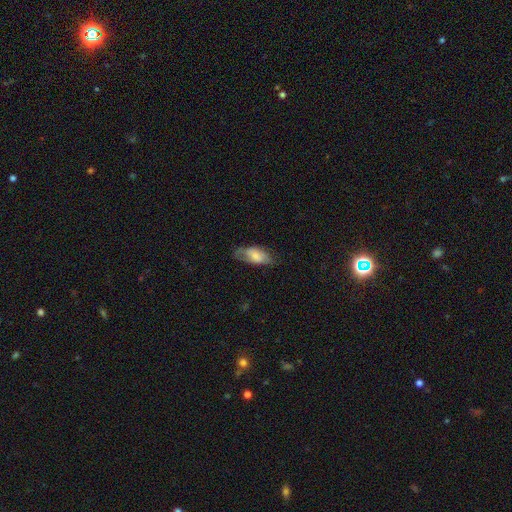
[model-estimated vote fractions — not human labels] A smooth galaxy with no disk features (66%) that is in between round and cigar-shaped (89%).

Vote fractions:
- Smooth or featured? smooth: 66% / featured or disk: 27% / star or artifact: 7%
- How rounded? in between: 89% / cigar-shaped: 7% / round: 3%
- Merging? none: 53% / minor disturbance: 31% / major disturbance: 15% / merger: 2%